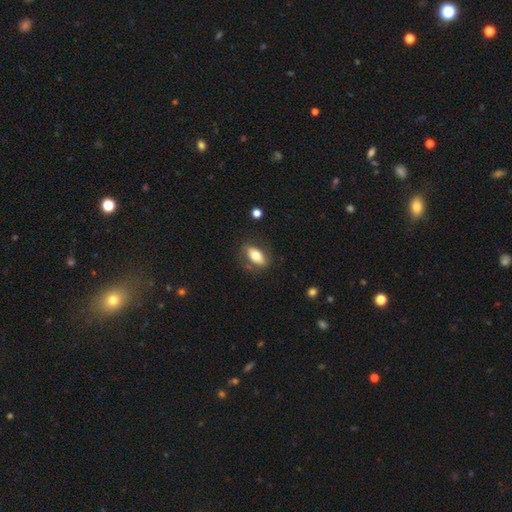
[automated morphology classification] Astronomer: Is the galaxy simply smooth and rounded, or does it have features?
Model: smooth — 70%.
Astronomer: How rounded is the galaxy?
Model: in between — 85%.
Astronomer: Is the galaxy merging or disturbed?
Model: none — 78%.